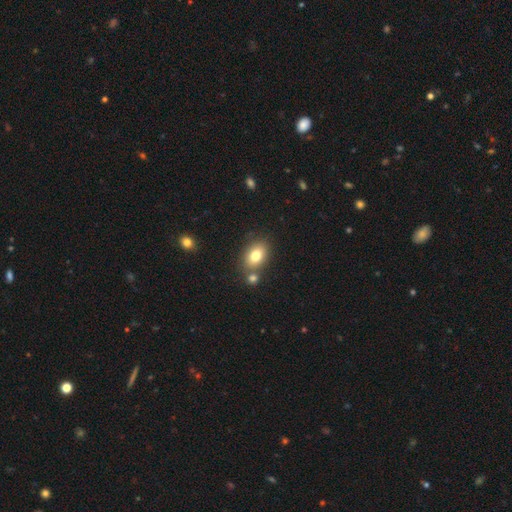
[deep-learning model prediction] smooth-or-featured: smooth: 79% | featured or disk: 11% | star or artifact: 9%
  how-rounded: in between: 79% | round: 20% | cigar-shaped: 1%
  merging: none: 65% | merger: 20% | minor disturbance: 12% | major disturbance: 3%